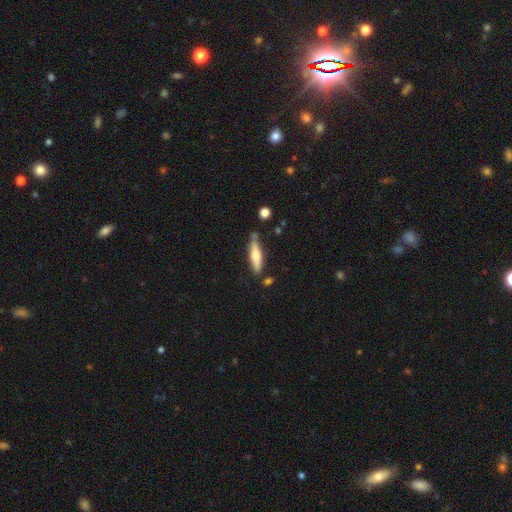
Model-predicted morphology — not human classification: smooth 55%, featured or disk 39%, star or artifact 6%. Down the decision tree: how rounded — cigar-shaped (78%); merging — none (74%).